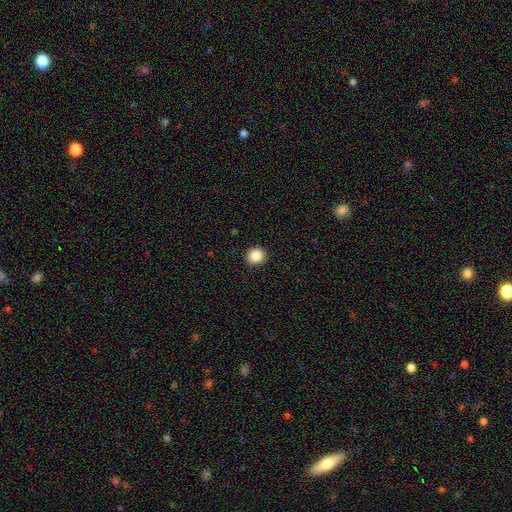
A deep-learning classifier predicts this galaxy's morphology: Smooth or featured: smooth — 87% (star or artifact — 9%)
How rounded: round — 88% (in between — 12%)
Merging: none — 92% (minor disturbance — 5%)